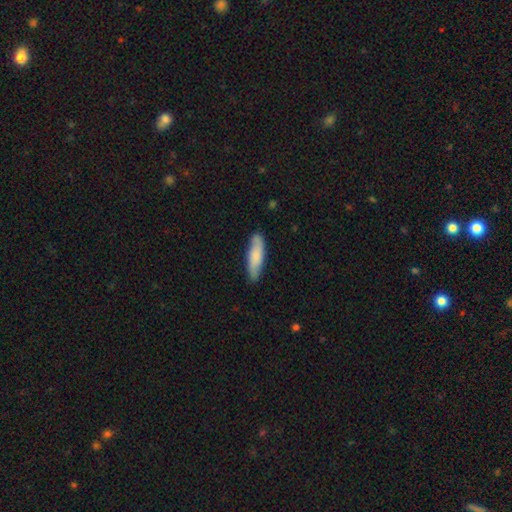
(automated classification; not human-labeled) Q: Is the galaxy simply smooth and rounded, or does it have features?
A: smooth — 78%.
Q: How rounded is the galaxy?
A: cigar-shaped — 71%.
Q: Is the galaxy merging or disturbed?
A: none — 83%.